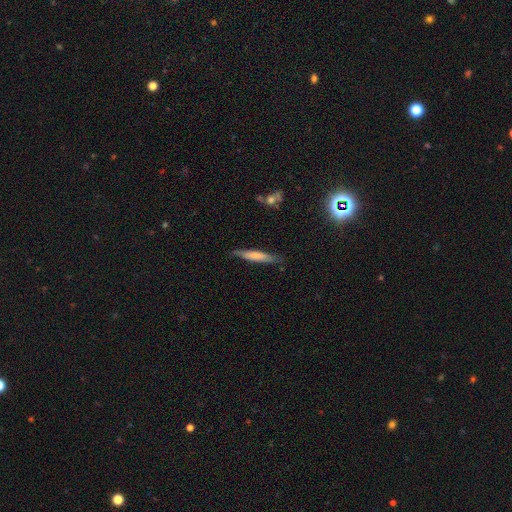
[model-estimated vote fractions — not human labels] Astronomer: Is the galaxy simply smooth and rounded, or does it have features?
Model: smooth — 64%.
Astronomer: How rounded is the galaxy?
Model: cigar-shaped — 91%.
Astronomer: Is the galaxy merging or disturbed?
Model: none — 81%.